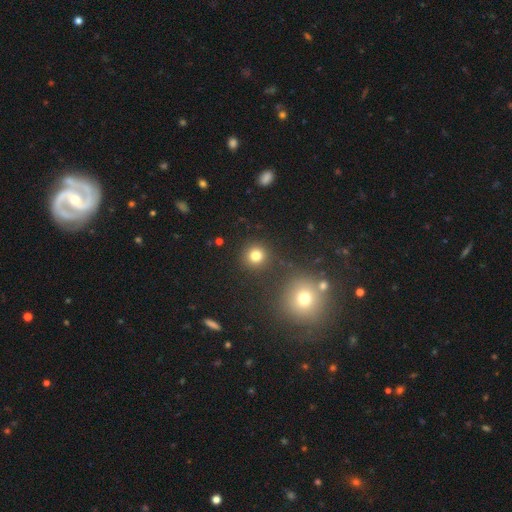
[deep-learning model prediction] Morphology: type=smooth (79%); roundness=round (93%); merging=none (87%).